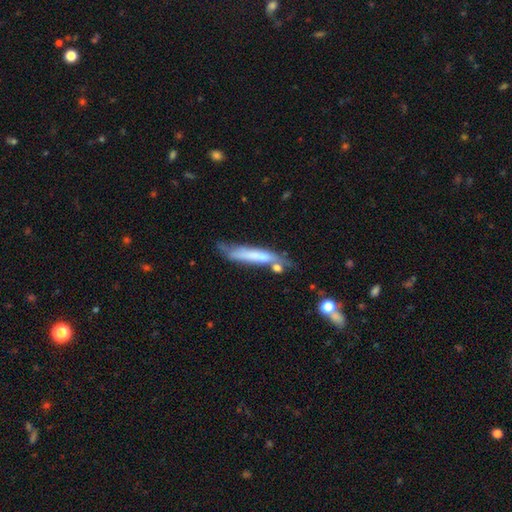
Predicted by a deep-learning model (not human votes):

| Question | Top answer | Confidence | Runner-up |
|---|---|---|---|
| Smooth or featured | smooth | 58% | featured or disk (35%) |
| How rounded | cigar-shaped | 90% | in between (9%) |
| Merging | none | 52% | minor disturbance (27%) |